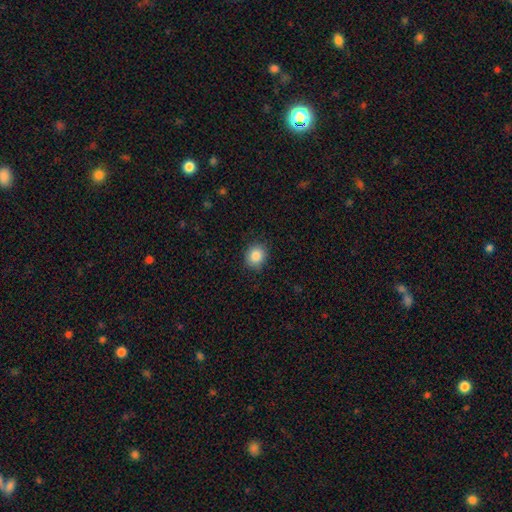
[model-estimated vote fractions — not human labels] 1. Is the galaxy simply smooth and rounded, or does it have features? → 86% smooth, 9% star or artifact, 5% featured or disk.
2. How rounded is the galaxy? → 76% round, 23% in between, 1% cigar-shaped.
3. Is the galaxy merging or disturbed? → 87% none, 9% minor disturbance, 2% major disturbance, 1% merger.